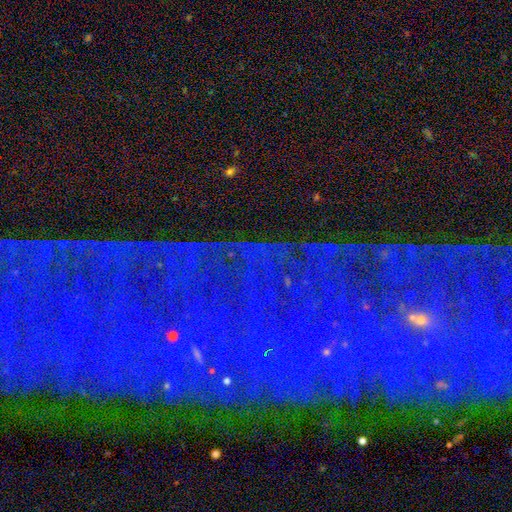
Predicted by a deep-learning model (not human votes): Q: Smooth or featured?
A: star or artifact (80%); runner-up: featured or disk (12%)